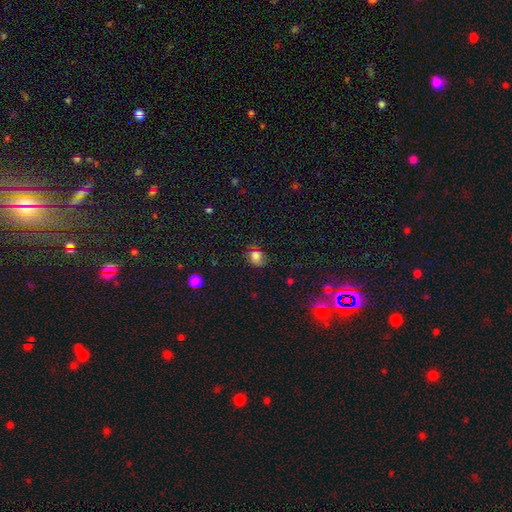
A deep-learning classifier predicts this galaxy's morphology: Smooth or featured?
  - smooth: 77% *
  - star or artifact: 14%
  - featured or disk: 9%
How rounded?
  - round: 57% *
  - in between: 42%
  - cigar-shaped: 1%
Merging?
  - none: 60% *
  - minor disturbance: 26%
  - major disturbance: 11%
  - merger: 2%